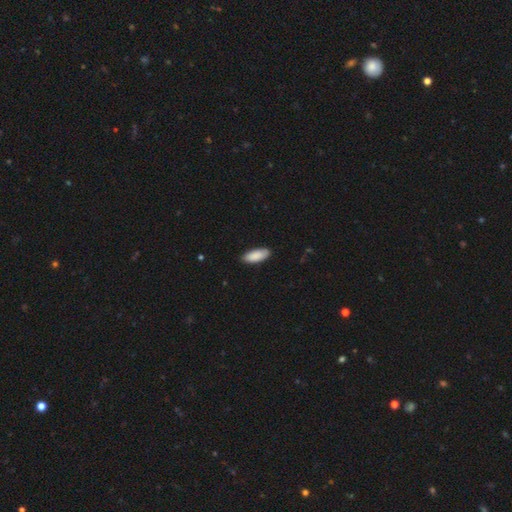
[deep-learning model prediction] smooth_or_featured: smooth (p=0.89) [alt: star or artifact p=0.05]
how_rounded: in between (p=0.80) [alt: cigar-shaped p=0.19]
merging: none (p=0.86) [alt: minor disturbance p=0.12]